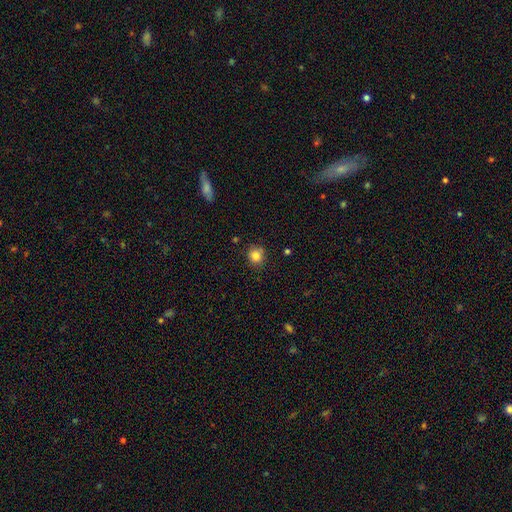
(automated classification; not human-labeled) This appears to be a smooth galaxy with no disk features (84%) that is round (85%). Merging: none (81%).